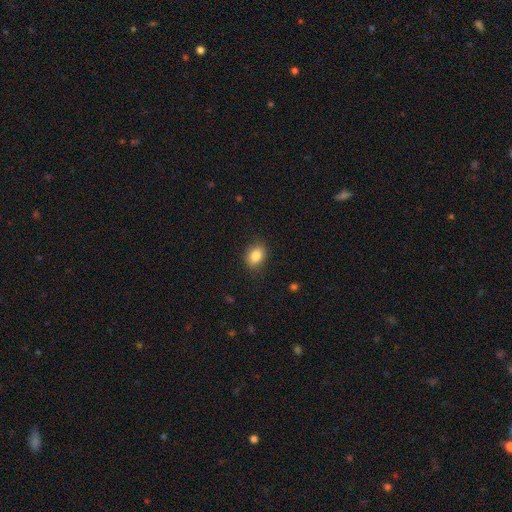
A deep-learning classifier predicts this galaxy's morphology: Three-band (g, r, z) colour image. It shows a smooth galaxy with no disk features (86%) that is in between round and cigar-shaped (68%). Merging: none (86%).